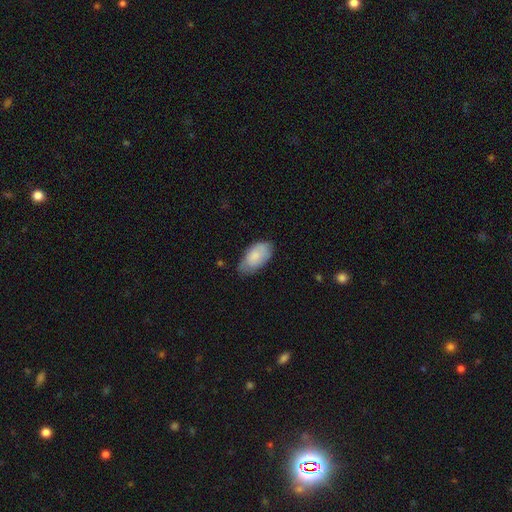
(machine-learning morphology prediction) A smooth galaxy with no disk features (82%) that is in between round and cigar-shaped (95%). Merging: none (61%).